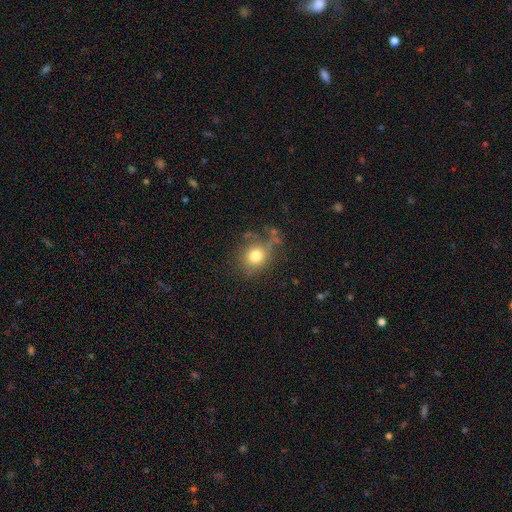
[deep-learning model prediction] smooth_or_featured: smooth (p=0.75) [alt: featured or disk p=0.13]
how_rounded: round (p=0.80) [alt: in between p=0.19]
merging: none (p=0.57) [alt: minor disturbance p=0.21]